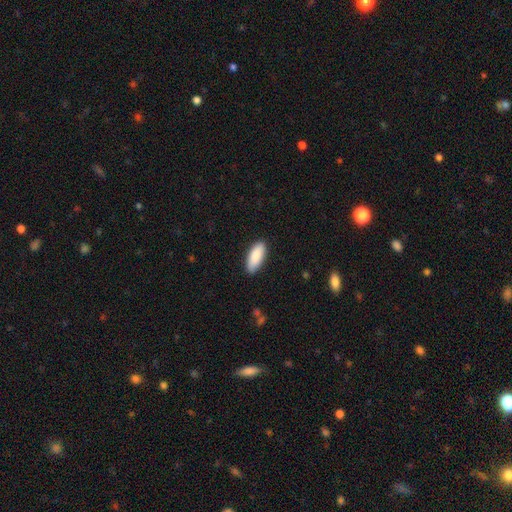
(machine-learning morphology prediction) smooth-or-featured: smooth: 89% | star or artifact: 6% | featured or disk: 5%
  how-rounded: in between: 82% | cigar-shaped: 16% | round: 2%
  merging: none: 87% | minor disturbance: 11% | major disturbance: 2% | merger: 1%